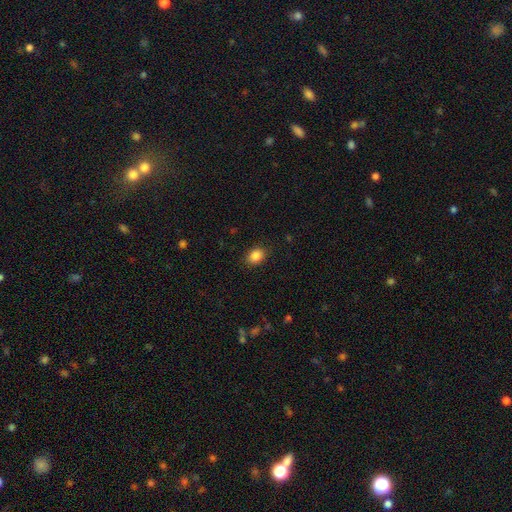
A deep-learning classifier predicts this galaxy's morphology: Smooth or featured: smooth — 86% (star or artifact — 9%)
How rounded: in between — 62% (round — 37%)
Merging: none — 88% (minor disturbance — 9%)